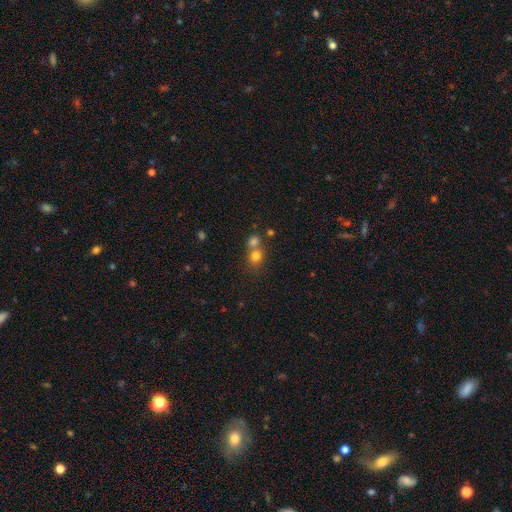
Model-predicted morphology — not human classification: A smooth galaxy with no disk features (77%) that is round (77%). Merging: merger (49%).